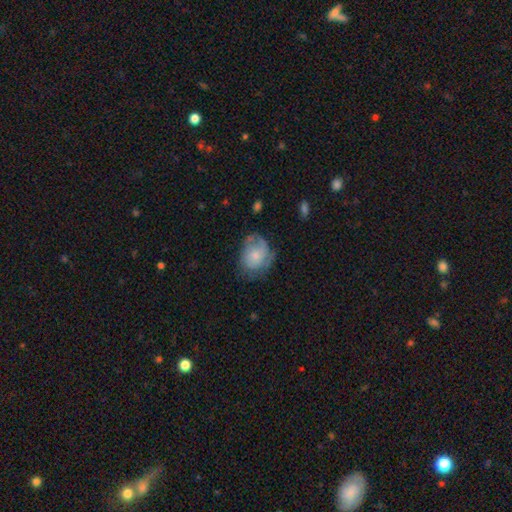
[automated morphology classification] Smooth or featured?
  - smooth: 53% *
  - featured or disk: 39%
  - star or artifact: 8%
How rounded?
  - in between: 52% *
  - round: 47%
  - cigar-shaped: 1%
Merging?
  - none: 50% *
  - minor disturbance: 30%
  - major disturbance: 18%
  - merger: 2%